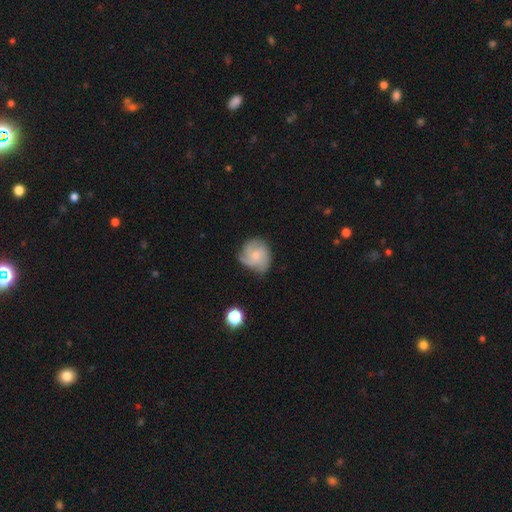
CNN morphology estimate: Q: Smooth or featured?
A: featured or disk (61%); runner-up: smooth (32%)
Q: Edge-on disk?
A: no (98%); runner-up: yes (2%)
Q: Bar?
A: no (74%); runner-up: weak (23%)
Q: Spiral arms?
A: yes (90%); runner-up: no (10%)
Q: Spiral winding?
A: tight (43%); runner-up: medium (42%)
Q: Spiral arm count?
A: 3 (47%); runner-up: can't tell (20%)
Q: Bulge size?
A: small (55%); runner-up: moderate (33%)
Q: Merging?
A: none (62%); runner-up: minor disturbance (26%)